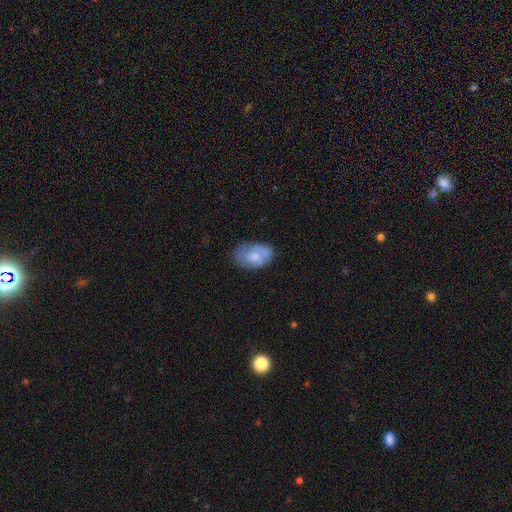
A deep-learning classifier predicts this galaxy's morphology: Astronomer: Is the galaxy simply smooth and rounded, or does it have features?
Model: smooth — 56% (runner-up: featured or disk, 37%).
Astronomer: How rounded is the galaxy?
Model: in between — 86%.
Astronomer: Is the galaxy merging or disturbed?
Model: none — 60%.